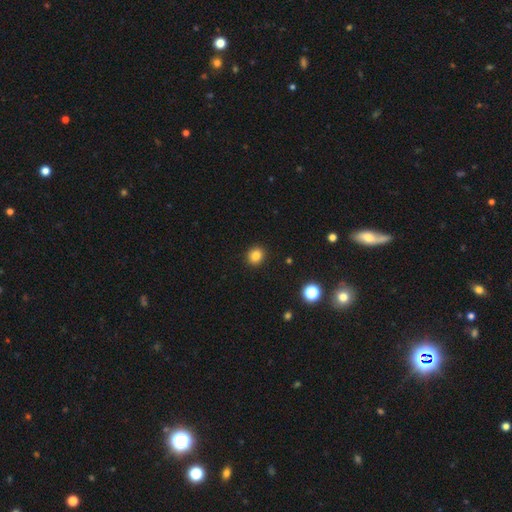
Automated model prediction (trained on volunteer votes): A smooth galaxy with no disk features (84%) that is round (79%). Merging: none (92%).